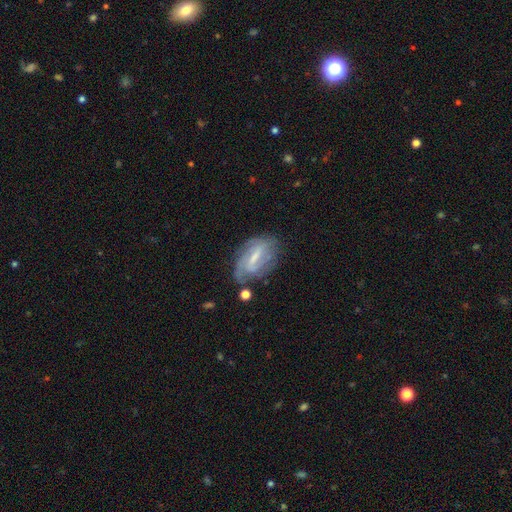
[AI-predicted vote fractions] A featured or disk galaxy (72%) with a strong bar (46%), 2 (40%) tight (46%) spiral arms (83%) and a small central bulge (47%).

Vote fractions:
- Smooth or featured? featured or disk: 72% / smooth: 20% / star or artifact: 8%
- Edge-on disk? no: 92% / yes: 8%
- Bar? strong: 46% / weak: 41% / no: 13%
- Spiral arms? yes: 83% / no: 17%
- Spiral winding? tight: 46% / medium: 37% / loose: 17%
- Spiral arm count? 2: 40% / can't tell: 35% / 3: 12% / 1: 8% / 4: 3% / more than 4: 2%
- Bulge size? small: 47% / moderate: 33% / none: 17% / large: 3% / dominant: 1%
- Merging? none: 60% / minor disturbance: 24% / major disturbance: 11% / merger: 5%